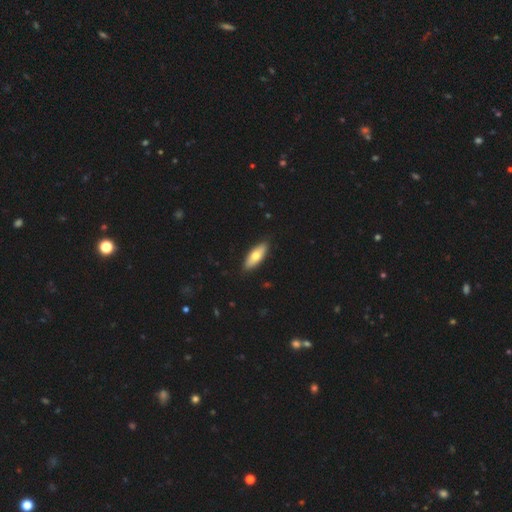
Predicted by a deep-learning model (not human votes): Q: Smooth or featured?
A: smooth (69%); runner-up: featured or disk (26%)
Q: How rounded?
A: in between (74%); runner-up: cigar-shaped (24%)
Q: Merging?
A: none (89%); runner-up: minor disturbance (9%)